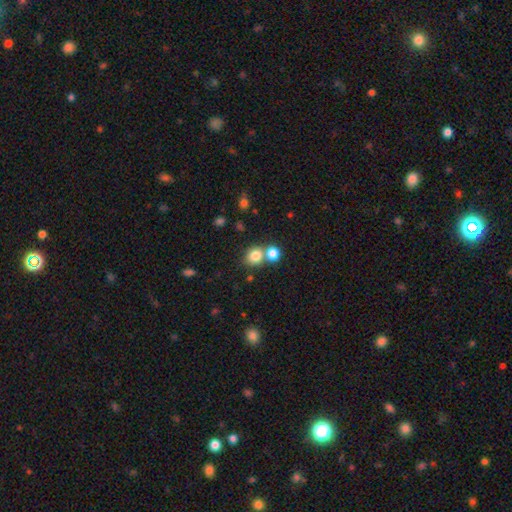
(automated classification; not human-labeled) The model was most divided on "merging": none: 55%, merger: 33%, minor disturbance: 9%, major disturbance: 3%. More confident: smooth or featured — smooth (80%); how rounded — round (75%).